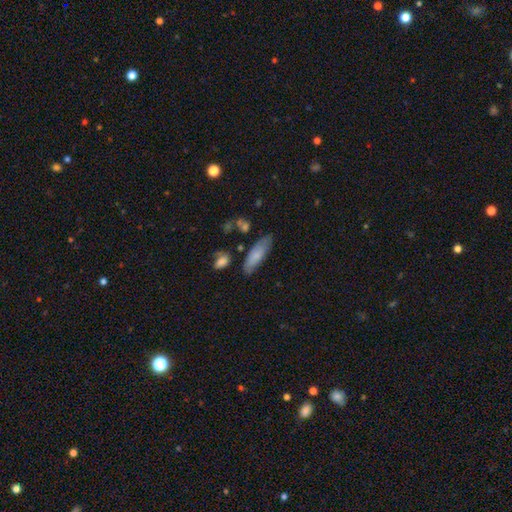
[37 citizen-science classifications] Smooth or featured?
  - smooth: 86% *
  - featured or disk: 14%
  - star or artifact: 0%
How rounded?
  - in between: 53% *
  - cigar-shaped: 47%
  - round: 0%
Merging?
  - none: 65% *
  - minor disturbance: 30%
  - major disturbance: 3%
  - merger: 3%